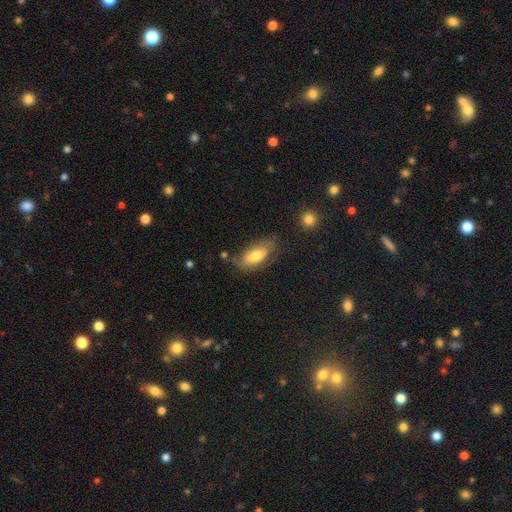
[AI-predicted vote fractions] This is likely a smooth galaxy (68%). How rounded: clearly in between (84%). Merging: likely none (62%).